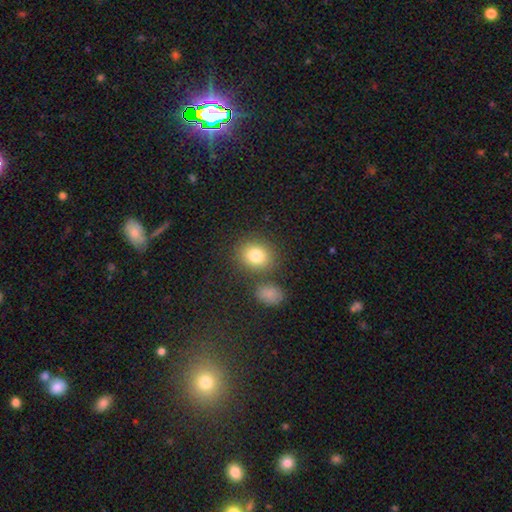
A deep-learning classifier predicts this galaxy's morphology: Smooth or featured: smooth — 81% (star or artifact — 10%)
How rounded: round — 65% (in between — 34%)
Merging: none — 75% (merger — 11%)